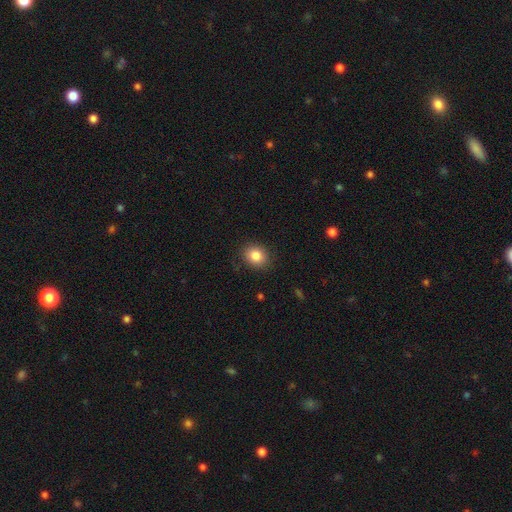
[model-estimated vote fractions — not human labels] Smooth or featured? smooth (84%)
How rounded? round (62%)
Merging? none (87%)